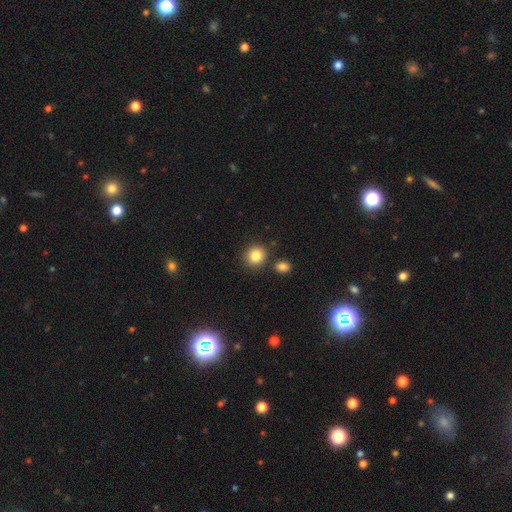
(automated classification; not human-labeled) Smooth or featured: smooth — 84% (star or artifact — 10%)
How rounded: round — 85% (in between — 14%)
Merging: none — 82% (minor disturbance — 8%)